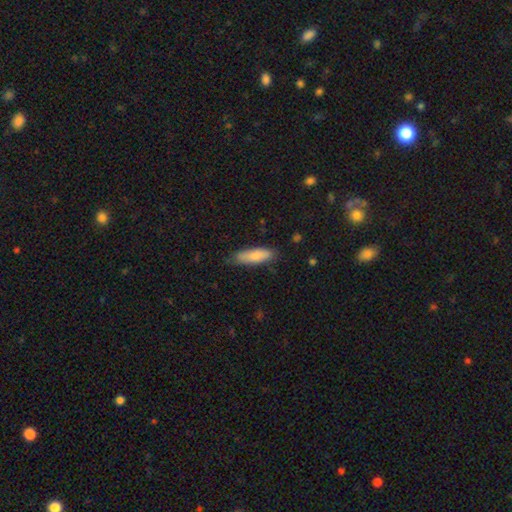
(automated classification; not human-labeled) Smooth or featured? Predicted: smooth (p=0.83). How rounded? Predicted: cigar-shaped (p=0.50). Merging? Predicted: none (p=0.75).